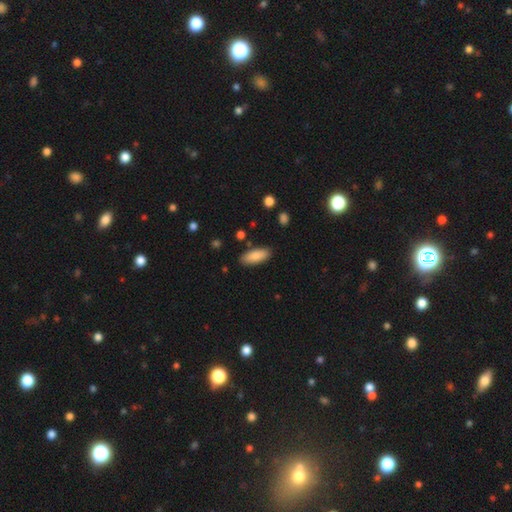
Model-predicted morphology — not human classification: This appears to be a smooth galaxy with no disk features (86%) that is in between round and cigar-shaped (76%). Merging: none (86%).